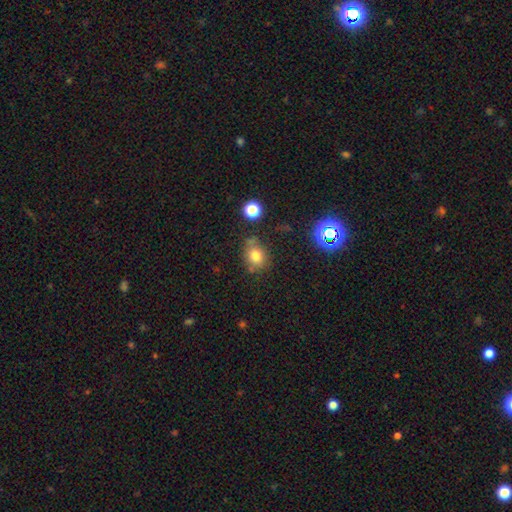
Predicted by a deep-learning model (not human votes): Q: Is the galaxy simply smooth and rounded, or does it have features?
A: smooth — 75%.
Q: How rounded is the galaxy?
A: round — 62%.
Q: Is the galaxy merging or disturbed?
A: none — 66%.